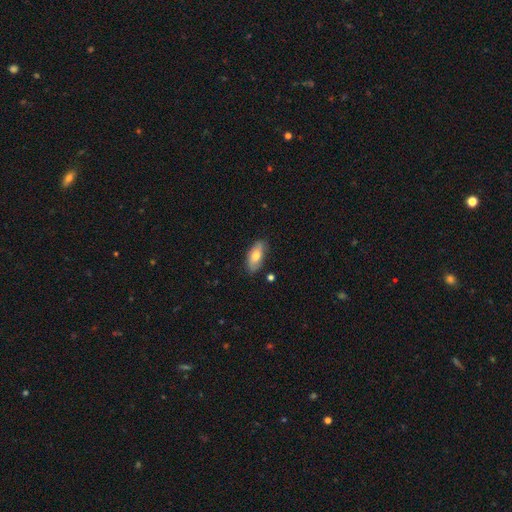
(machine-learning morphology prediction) smooth 72%, featured or disk 22%, star or artifact 6%. Down the decision tree: how rounded — in between (88%); merging — none (81%).